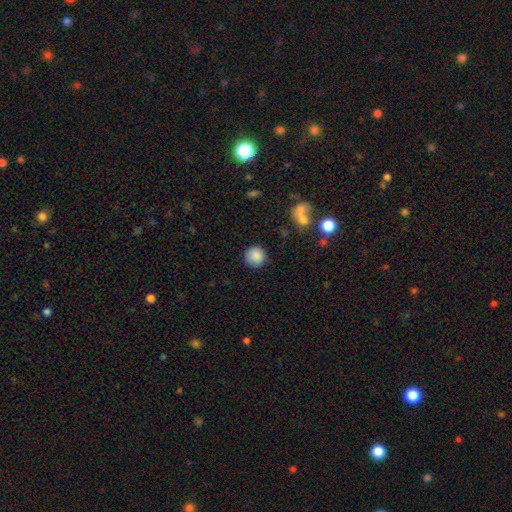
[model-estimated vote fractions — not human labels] Smooth or featured? Predicted: smooth (p=0.87). How rounded? Predicted: round (p=0.94). Merging? Predicted: none (p=0.87).